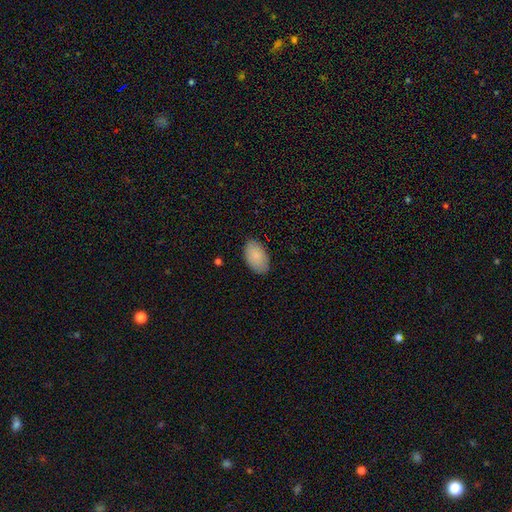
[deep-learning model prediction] Smooth or featured? smooth (87%)
How rounded? in between (94%)
Merging? none (85%)